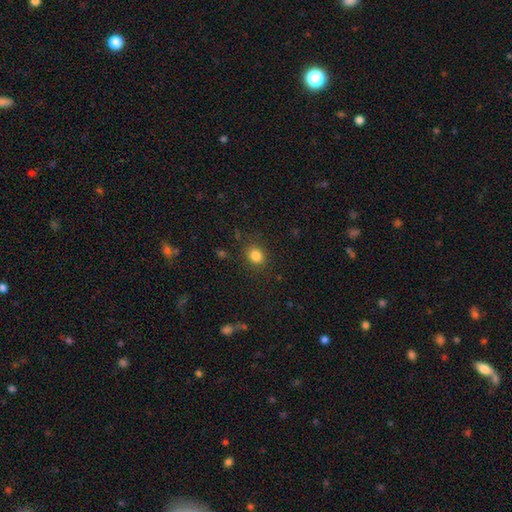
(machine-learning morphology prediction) Smooth or featured: smooth — 84% (star or artifact — 11%)
How rounded: round — 63% (in between — 36%)
Merging: none — 85% (minor disturbance — 10%)